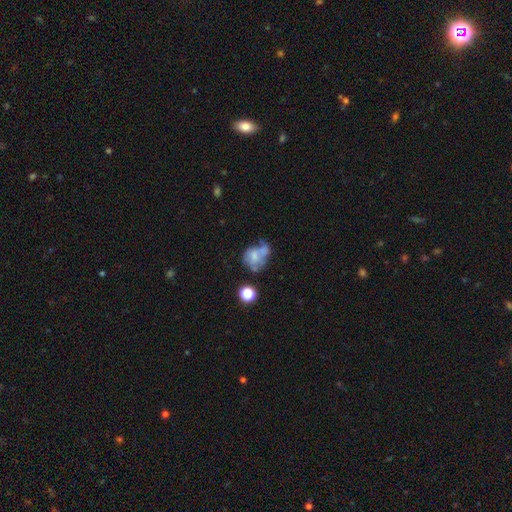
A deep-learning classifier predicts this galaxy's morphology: Overall: smooth (49%; featured or disk 38%). Merging: merger (33%; major disturbance 24%).